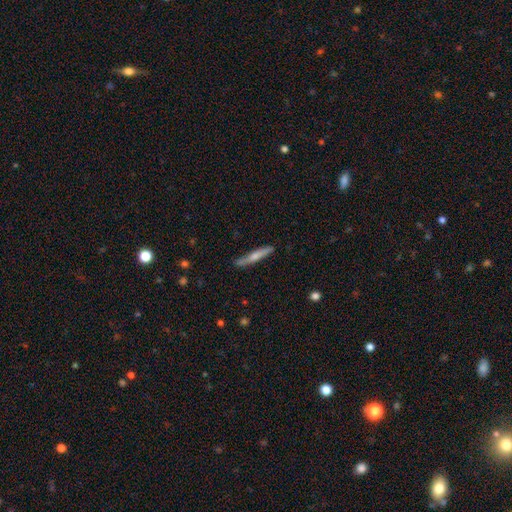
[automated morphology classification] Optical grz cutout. It shows a smooth galaxy with no disk features (55%) that is cigar-shaped (93%). Merging: none (81%).